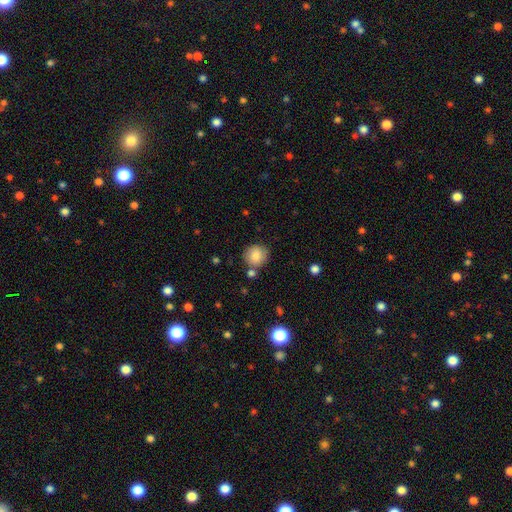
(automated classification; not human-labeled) This appears to be a smooth galaxy with no disk features (82%) that is round (86%). Merging: none (76%).